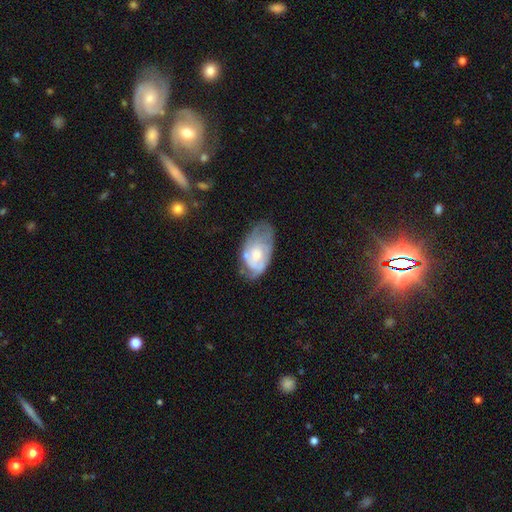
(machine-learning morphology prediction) featured or disk 63%, smooth 31%, star or artifact 7%. Down the decision tree: edge-on disk — no (95%); bar — no (77%); spiral arms — yes (74%); bulge size — moderate (51%); merging — none (50%).